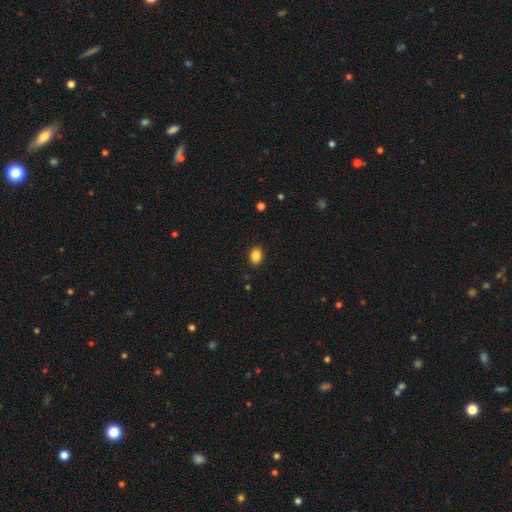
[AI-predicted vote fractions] The model was most divided on "how rounded": in between: 67%, round: 32%, cigar-shaped: 1%. More confident: merging — none (89%); smooth or featured — smooth (85%).